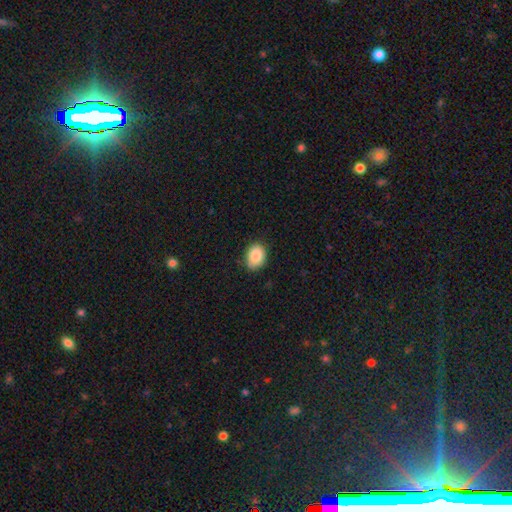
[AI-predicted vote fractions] This is clearly a smooth galaxy (87%). How rounded: likely in between (67%). Merging: clearly none (82%).